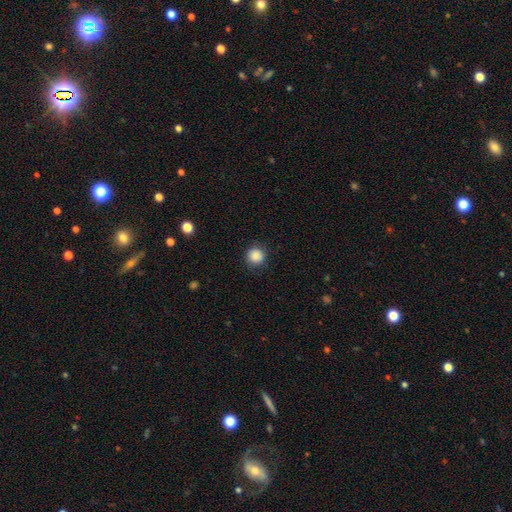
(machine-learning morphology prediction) smooth_or_featured: smooth (p=0.86) [alt: star or artifact p=0.10]
how_rounded: round (p=0.92) [alt: in between p=0.07]
merging: none (p=0.85) [alt: minor disturbance p=0.10]